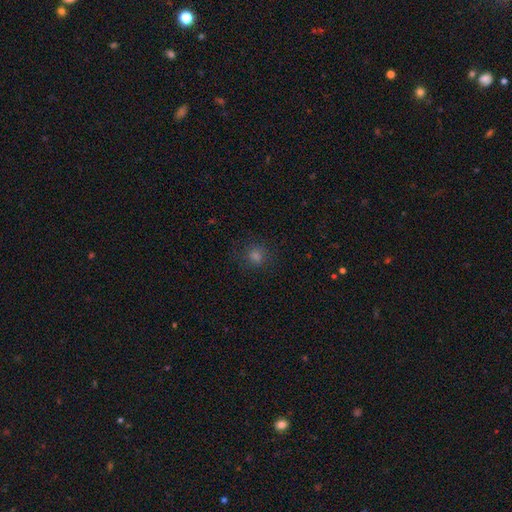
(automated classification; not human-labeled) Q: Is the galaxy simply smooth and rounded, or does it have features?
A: smooth — 68%.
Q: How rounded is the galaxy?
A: round — 85%.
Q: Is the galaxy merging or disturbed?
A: none — 83%.